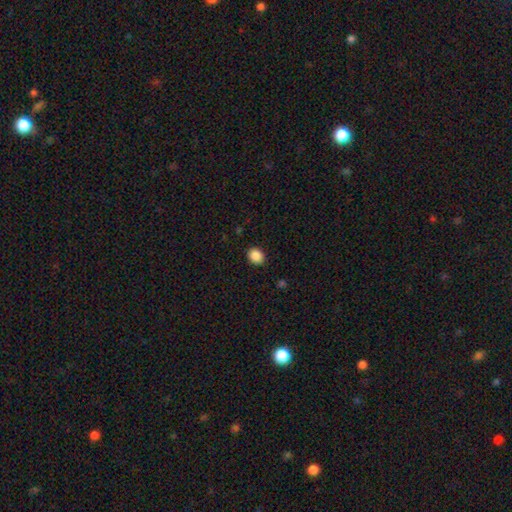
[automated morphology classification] A smooth galaxy with no disk features (88%) that is in between round and cigar-shaped (51%). Merging: none (90%).